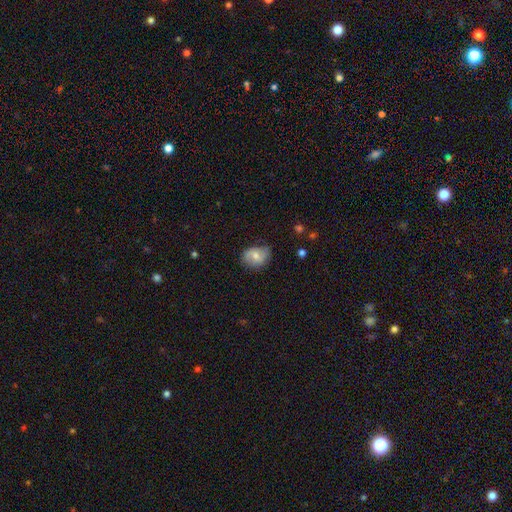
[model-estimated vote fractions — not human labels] This is possibly a smooth galaxy (55%). How rounded: likely in between (61%). Merging: likely none (67%).